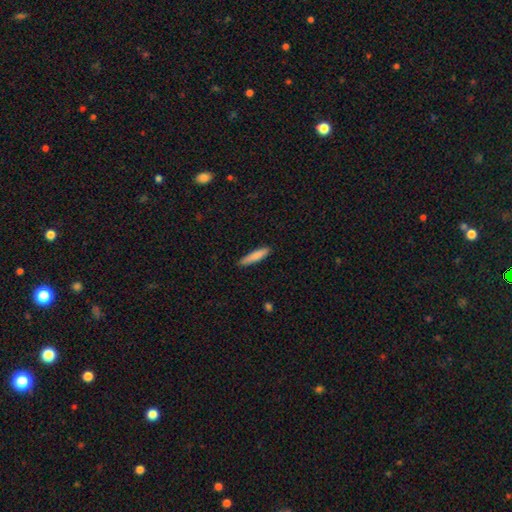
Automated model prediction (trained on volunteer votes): This is clearly a smooth galaxy (83%). How rounded: clearly cigar-shaped (85%). Merging: clearly none (86%).